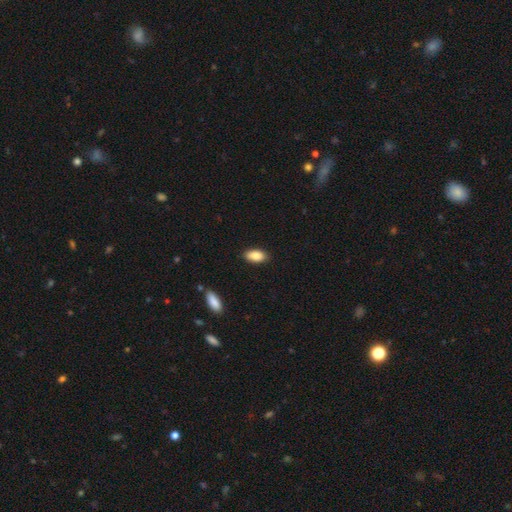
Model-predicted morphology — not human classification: smooth-or-featured: smooth: 87% | star or artifact: 7% | featured or disk: 6%
  how-rounded: in between: 91% | cigar-shaped: 6% | round: 3%
  merging: none: 87% | minor disturbance: 10% | major disturbance: 2% | merger: 1%